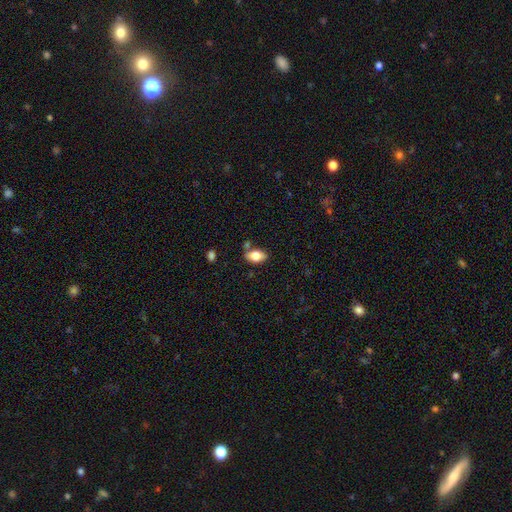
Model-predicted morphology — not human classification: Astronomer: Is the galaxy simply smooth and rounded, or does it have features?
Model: smooth — 77%.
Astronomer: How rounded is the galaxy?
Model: in between — 90%.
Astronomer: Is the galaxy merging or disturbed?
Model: none — 73%.